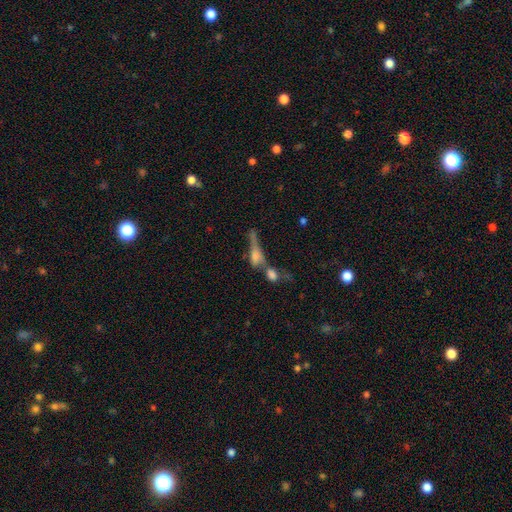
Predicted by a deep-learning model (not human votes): A smooth galaxy with no disk features (44%).

Vote fractions:
- Smooth or featured? smooth: 44% / featured or disk: 38% / star or artifact: 18%
- Merging? merger: 52% / none: 20% / major disturbance: 18% / minor disturbance: 10%